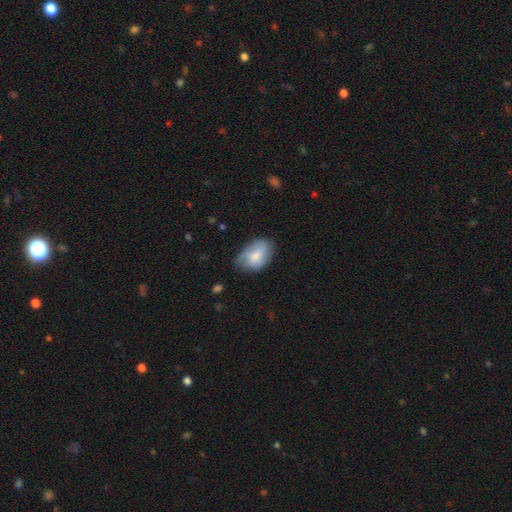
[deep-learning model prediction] smooth_or_featured: smooth (p=0.64) [alt: featured or disk p=0.29]
how_rounded: in between (p=0.84) [alt: round p=0.15]
merging: none (p=0.53) [alt: minor disturbance p=0.34]